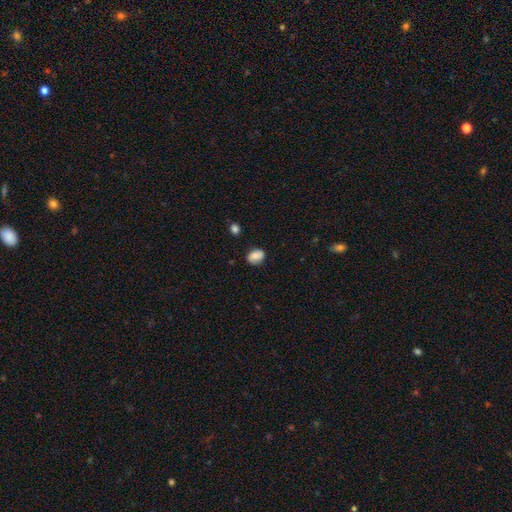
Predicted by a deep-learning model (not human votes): Smooth or featured?
  - smooth: 79% *
  - featured or disk: 12%
  - star or artifact: 9%
How rounded?
  - in between: 64% *
  - round: 35%
  - cigar-shaped: 1%
Merging?
  - none: 77% *
  - minor disturbance: 17%
  - major disturbance: 4%
  - merger: 3%